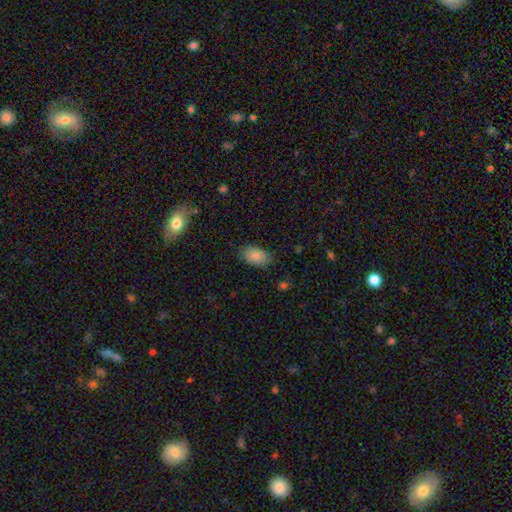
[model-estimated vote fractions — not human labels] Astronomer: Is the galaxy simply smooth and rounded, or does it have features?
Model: smooth — 83%.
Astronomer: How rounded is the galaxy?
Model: in between — 91%.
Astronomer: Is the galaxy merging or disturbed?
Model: none — 83%.